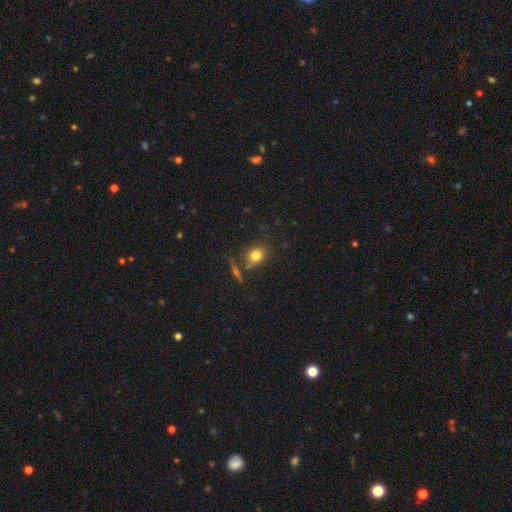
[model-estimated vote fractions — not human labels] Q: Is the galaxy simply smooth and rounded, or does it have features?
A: smooth — 78%.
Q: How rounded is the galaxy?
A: round — 69%.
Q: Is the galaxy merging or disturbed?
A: none — 68%.